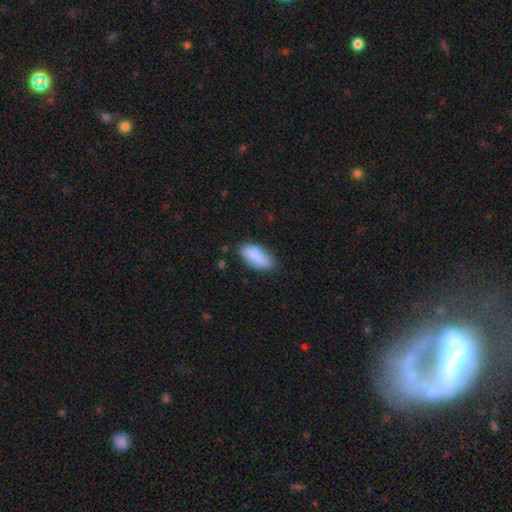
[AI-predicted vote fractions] Smooth or featured?
  - smooth: 88% *
  - star or artifact: 6%
  - featured or disk: 6%
How rounded?
  - in between: 89% *
  - cigar-shaped: 9%
  - round: 2%
Merging?
  - none: 75% *
  - minor disturbance: 19%
  - major disturbance: 4%
  - merger: 2%